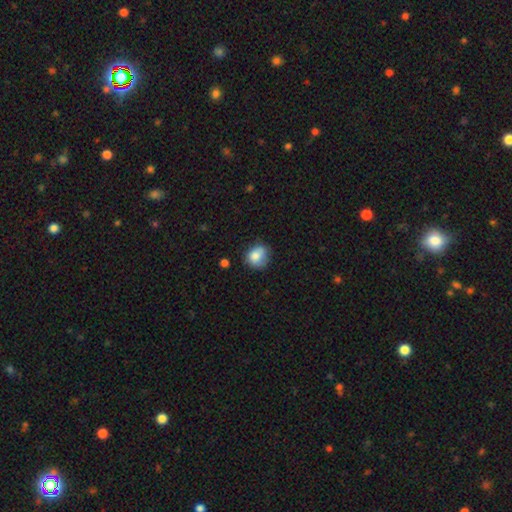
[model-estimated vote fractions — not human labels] This appears to be a smooth galaxy with no disk features (80%) that is round (65%). Merging: none (57%).